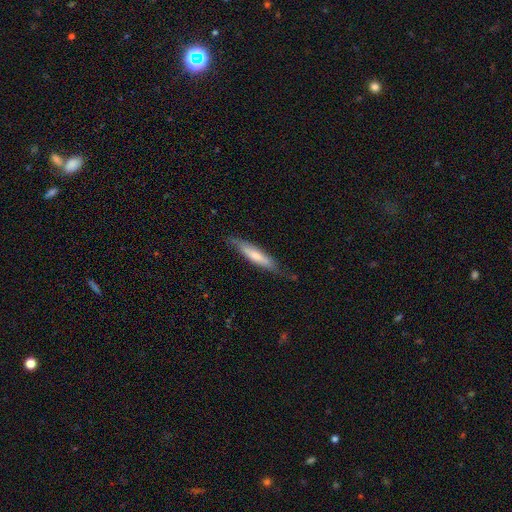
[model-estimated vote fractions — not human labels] Smooth or featured? Predicted: smooth (p=0.61). How rounded? Predicted: cigar-shaped (p=0.83). Merging? Predicted: none (p=0.73).